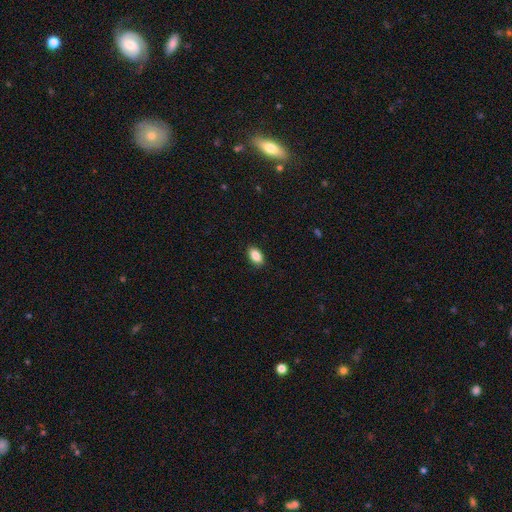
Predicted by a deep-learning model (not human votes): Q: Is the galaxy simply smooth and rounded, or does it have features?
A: smooth — 88%.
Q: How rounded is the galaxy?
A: in between — 92%.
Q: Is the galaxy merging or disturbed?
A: none — 89%.